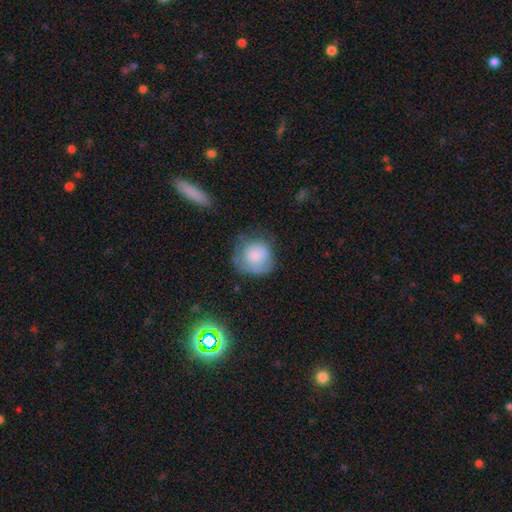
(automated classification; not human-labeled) Smooth or featured?
  - smooth: 72% *
  - featured or disk: 20%
  - star or artifact: 8%
How rounded?
  - round: 84% *
  - in between: 15%
  - cigar-shaped: 1%
Merging?
  - none: 51% *
  - minor disturbance: 30%
  - major disturbance: 16%
  - merger: 2%